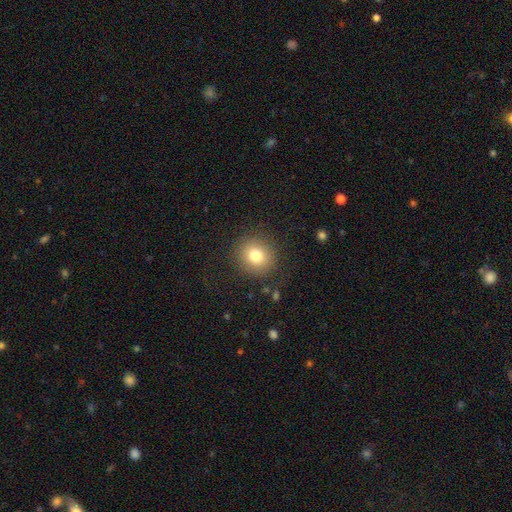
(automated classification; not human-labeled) smooth 78%, star or artifact 11%, featured or disk 10%. Down the decision tree: how rounded — round (88%); merging — none (87%).